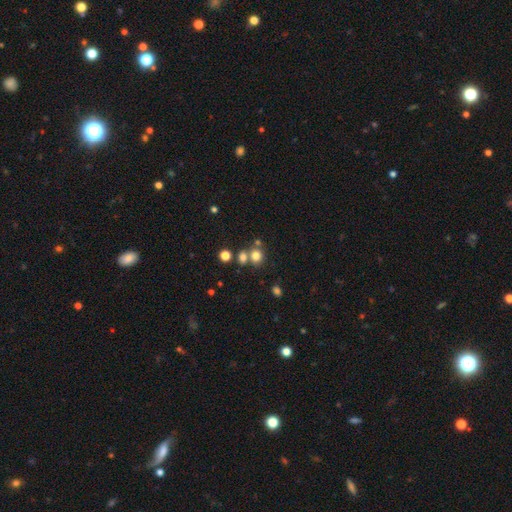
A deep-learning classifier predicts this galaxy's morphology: smooth_or_featured: smooth (p=0.76) [alt: star or artifact p=0.16]
how_rounded: round (p=0.76) [alt: in between p=0.23]
merging: none (p=0.56) [alt: merger p=0.31]